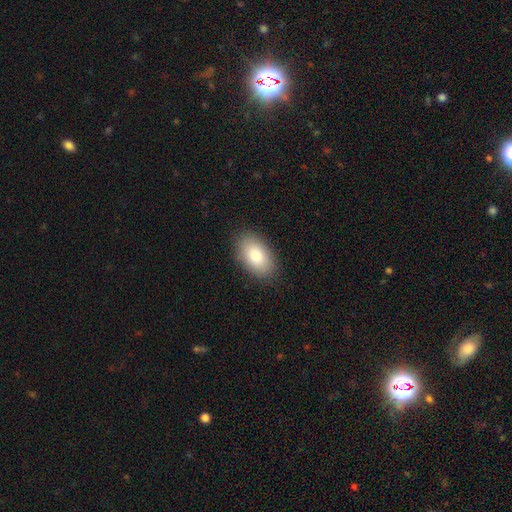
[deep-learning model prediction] This is likely a smooth galaxy (80%). How rounded: clearly in between (92%). Merging: clearly none (87%).